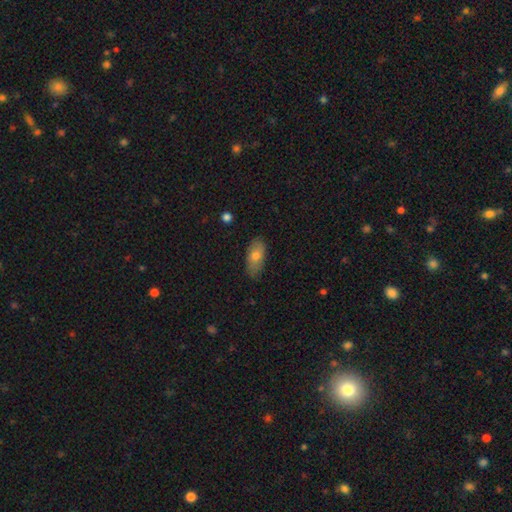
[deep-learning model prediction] Smooth or featured?
  - smooth: 73% *
  - featured or disk: 20%
  - star or artifact: 7%
How rounded?
  - in between: 88% *
  - cigar-shaped: 8%
  - round: 4%
Merging?
  - none: 79% *
  - minor disturbance: 17%
  - major disturbance: 3%
  - merger: 1%